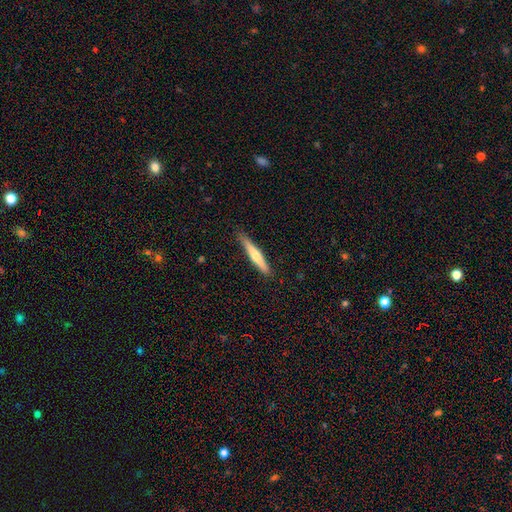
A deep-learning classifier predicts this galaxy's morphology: A smooth galaxy with no disk features (54%) that is cigar-shaped (94%). Merging: none (87%).